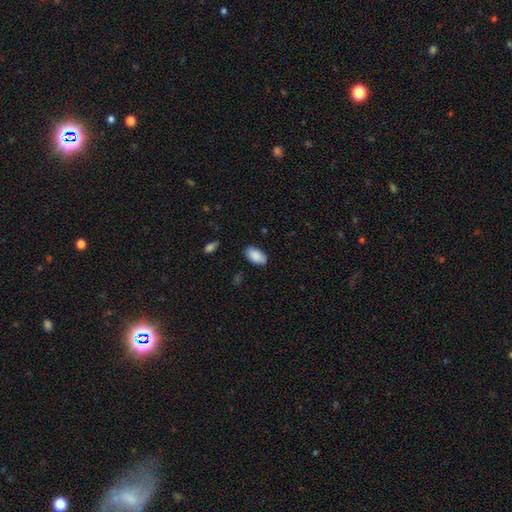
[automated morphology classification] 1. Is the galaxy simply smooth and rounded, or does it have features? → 88% smooth, 6% star or artifact, 6% featured or disk.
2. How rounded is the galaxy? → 95% in between, 3% round, 2% cigar-shaped.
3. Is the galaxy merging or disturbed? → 82% none, 14% minor disturbance, 3% major disturbance, 1% merger.